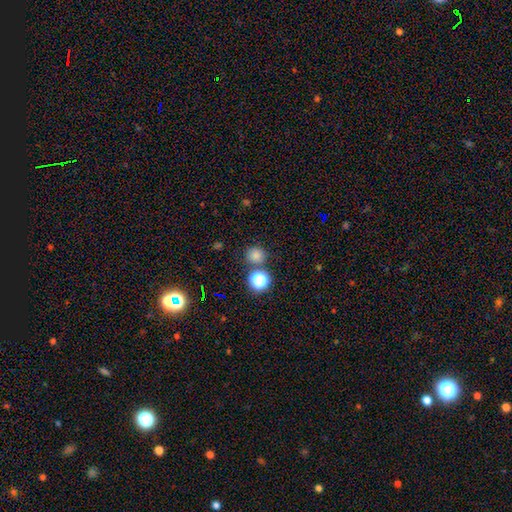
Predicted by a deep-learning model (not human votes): Overall: smooth (75%). How rounded: round (91%). Merging: none (79%).